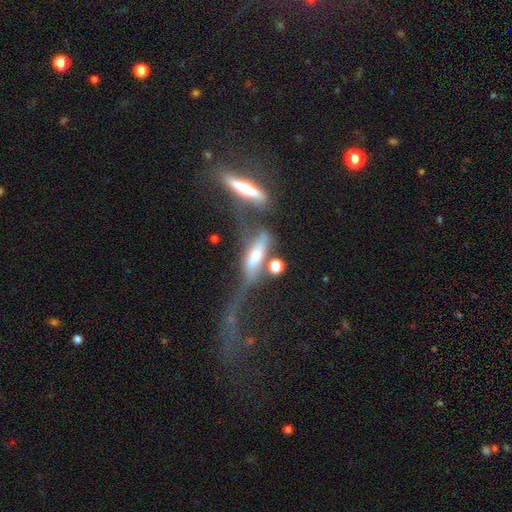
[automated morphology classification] featured or disk 55%, smooth 34%, star or artifact 12%. Down the decision tree: edge-on disk — yes (60%); merging — merger (45%).